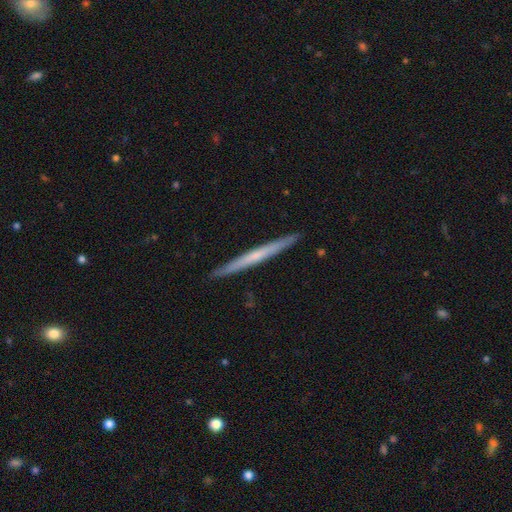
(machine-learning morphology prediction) Smooth or featured? featured or disk (55%)
Edge-on disk? yes (97%)
Edge-on bulge? none (76%)
Merging? none (92%)